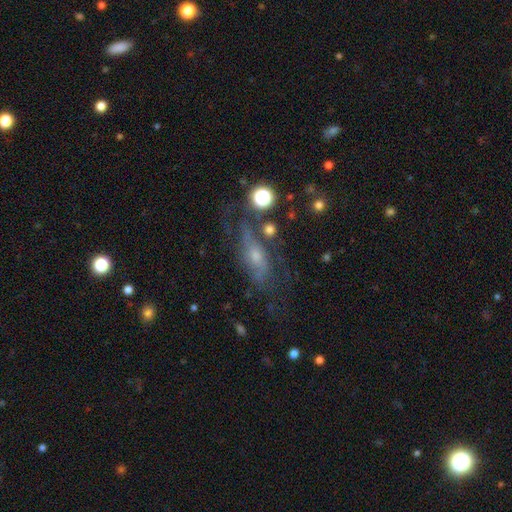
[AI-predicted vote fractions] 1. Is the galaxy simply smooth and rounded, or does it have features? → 58% featured or disk, 22% smooth, 20% star or artifact.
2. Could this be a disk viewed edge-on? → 78% no, 22% yes.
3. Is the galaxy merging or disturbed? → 57% none, 19% minor disturbance, 17% major disturbance, 7% merger.